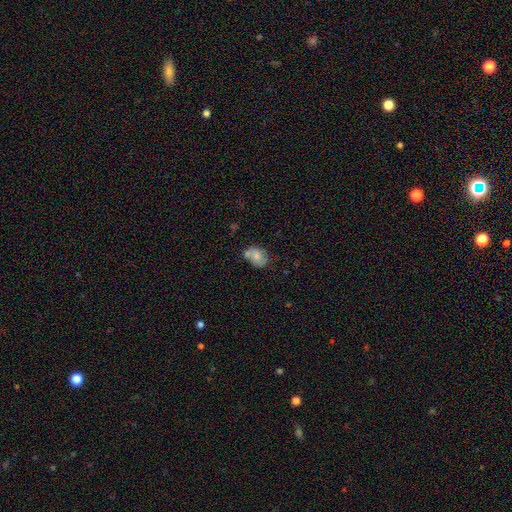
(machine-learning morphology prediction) Overall: smooth (65%; featured or disk 26%). How rounded: in between (66%; round 32%). Merging: none (46%; minor disturbance 24%).